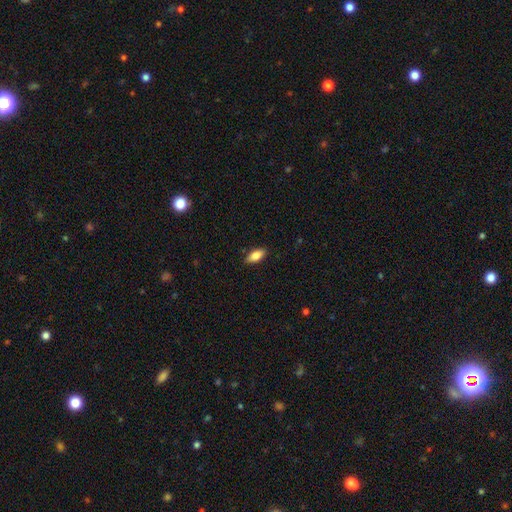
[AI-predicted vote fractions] smooth-or-featured: smooth: 82% | featured or disk: 11% | star or artifact: 7%
  how-rounded: in between: 86% | cigar-shaped: 12% | round: 3%
  merging: none: 86% | minor disturbance: 11% | major disturbance: 2% | merger: 1%